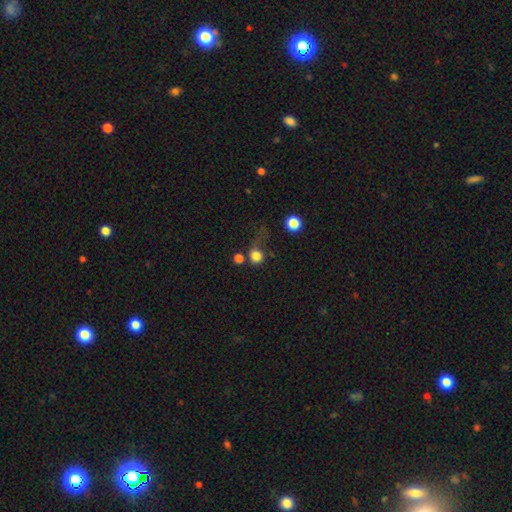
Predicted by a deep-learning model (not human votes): Smooth or featured?
  - smooth: 81% *
  - star or artifact: 13%
  - featured or disk: 7%
How rounded?
  - round: 83% *
  - in between: 16%
  - cigar-shaped: 1%
Merging?
  - none: 51% *
  - minor disturbance: 19%
  - major disturbance: 19%
  - merger: 12%